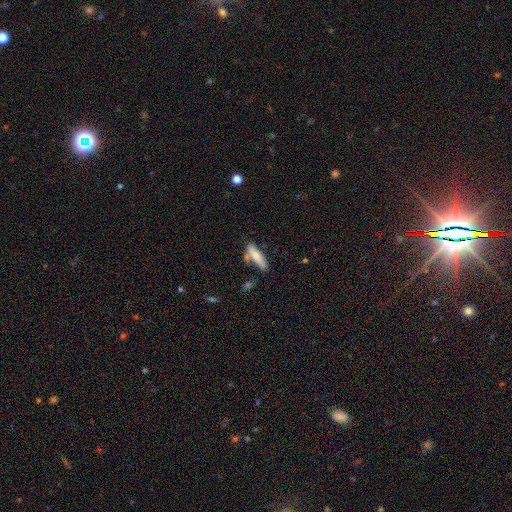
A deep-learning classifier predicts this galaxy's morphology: type=smooth (70%); roundness=cigar-shaped (60%); merging=none (60%).